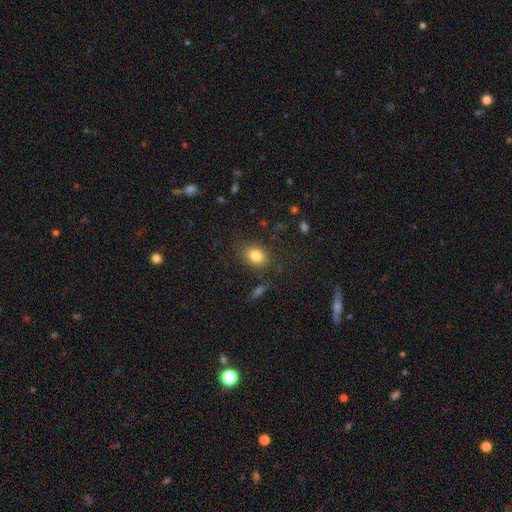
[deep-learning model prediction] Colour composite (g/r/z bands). It shows a smooth galaxy with no disk features (82%) that is in between round and cigar-shaped (68%). Merging: none (80%).